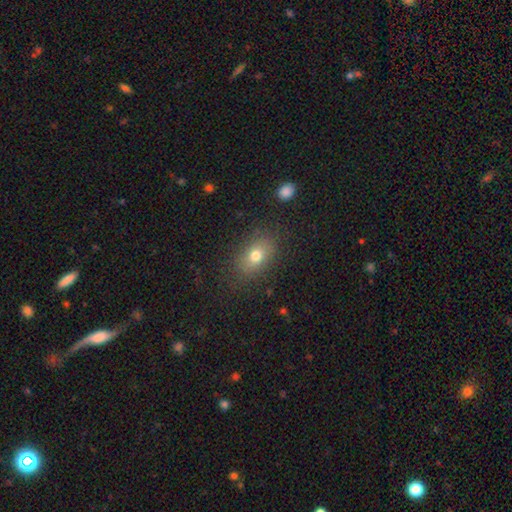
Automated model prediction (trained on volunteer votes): smooth-or-featured: smooth: 74% | featured or disk: 14% | star or artifact: 12%
  how-rounded: in between: 78% | round: 20% | cigar-shaped: 2%
  merging: none: 81% | minor disturbance: 12% | major disturbance: 5% | merger: 2%